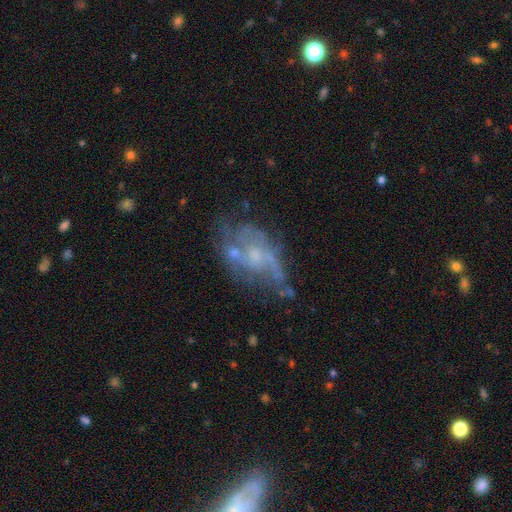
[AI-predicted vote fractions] smooth_or_featured: featured or disk (p=0.72) [alt: smooth p=0.17]
disk_edge_on: no (p=0.96) [alt: yes p=0.04]
bar: no (p=0.70) [alt: weak p=0.25]
has_spiral_arms: yes (p=0.64) [alt: no p=0.36]
bulge_size: small (p=0.48) [alt: moderate p=0.28]
merging: none (p=0.42) [alt: major disturbance p=0.24]